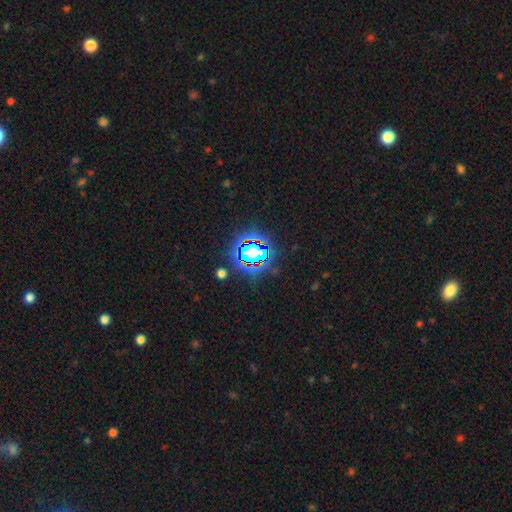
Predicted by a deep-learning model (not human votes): This is likely a star or artifact rather than a galaxy (65%).